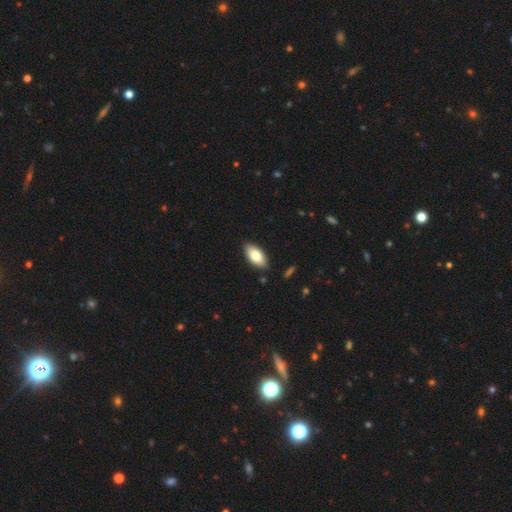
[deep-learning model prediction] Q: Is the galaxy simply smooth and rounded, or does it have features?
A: smooth — 80%.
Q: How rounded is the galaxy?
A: in between — 92%.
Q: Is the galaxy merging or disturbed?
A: none — 87%.